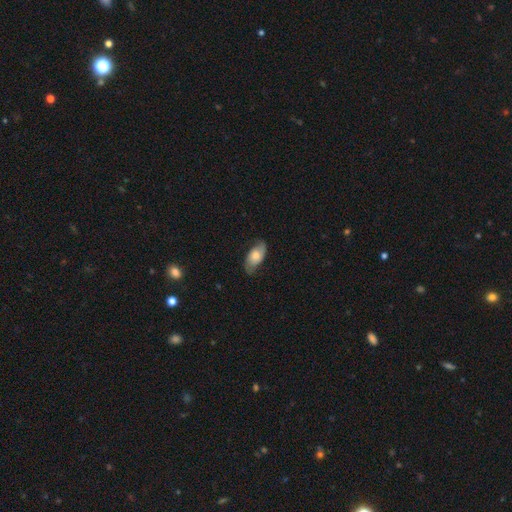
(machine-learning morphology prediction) Smooth or featured?
  - smooth: 58% *
  - featured or disk: 36%
  - star or artifact: 7%
How rounded?
  - in between: 91% *
  - cigar-shaped: 5%
  - round: 4%
Merging?
  - none: 70% *
  - minor disturbance: 23%
  - major disturbance: 6%
  - merger: 1%